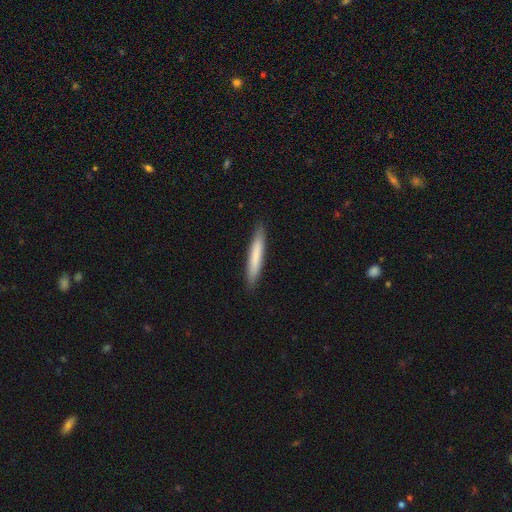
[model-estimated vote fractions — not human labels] smooth_or_featured: smooth (p=0.76) [alt: featured or disk p=0.19]
how_rounded: cigar-shaped (p=0.94) [alt: in between p=0.05]
merging: none (p=0.90) [alt: minor disturbance p=0.08]